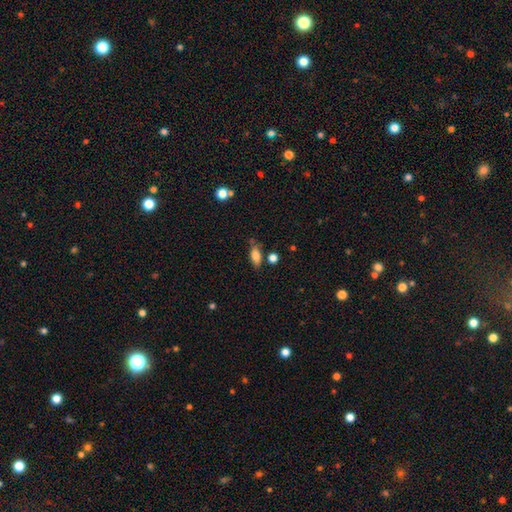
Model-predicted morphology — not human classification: Smooth or featured? smooth (78%)
How rounded? in between (79%)
Merging? none (70%)